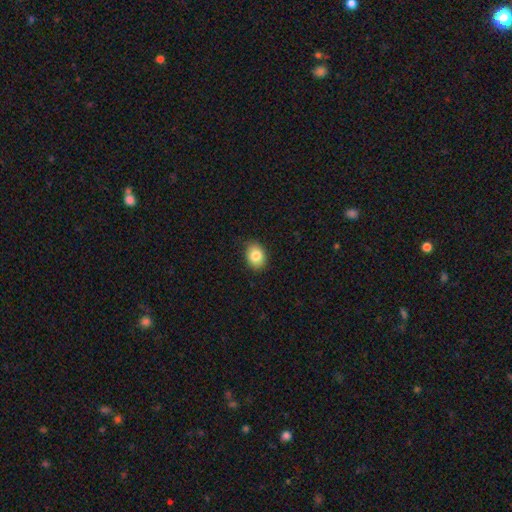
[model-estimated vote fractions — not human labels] Q: Smooth or featured?
A: smooth (84%); runner-up: star or artifact (8%)
Q: How rounded?
A: in between (70%); runner-up: round (29%)
Q: Merging?
A: none (84%); runner-up: minor disturbance (13%)